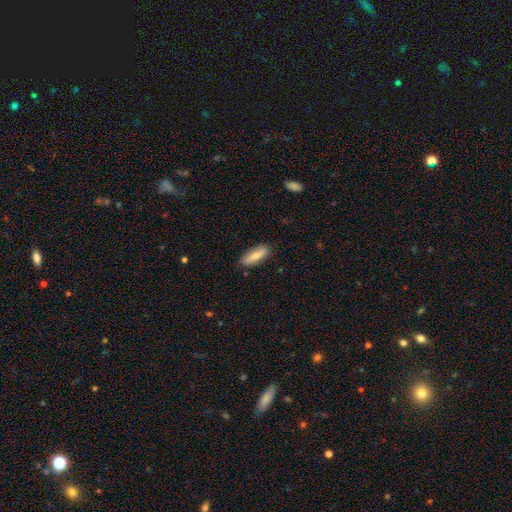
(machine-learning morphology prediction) Smooth or featured: smooth — 67% (featured or disk — 27%)
How rounded: in between — 50% (cigar-shaped — 48%)
Merging: none — 87% (minor disturbance — 10%)